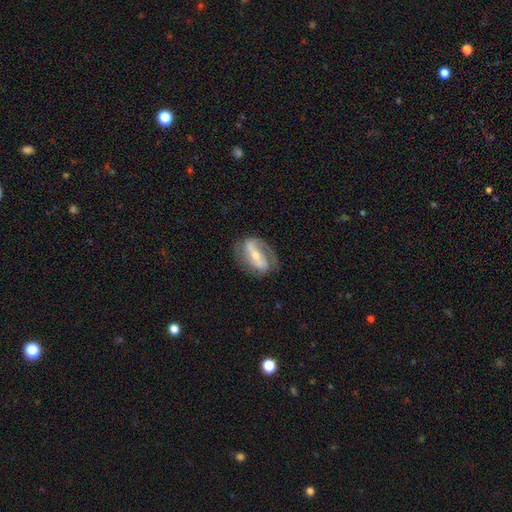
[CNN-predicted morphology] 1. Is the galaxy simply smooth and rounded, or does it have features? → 79% featured or disk, 15% smooth, 5% star or artifact.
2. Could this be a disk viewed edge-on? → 92% no, 8% yes.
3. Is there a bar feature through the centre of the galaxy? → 65% strong, 21% weak, 14% no.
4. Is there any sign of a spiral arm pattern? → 86% yes, 14% no.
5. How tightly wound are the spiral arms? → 42% medium, 32% tight, 26% loose.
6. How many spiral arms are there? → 76% 2, 12% 1, 9% can't tell, 1% 3, 1% 4, 1% more than 4.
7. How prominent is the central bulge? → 53% small, 41% moderate, 3% large, 2% none, 1% dominant.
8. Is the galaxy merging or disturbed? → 69% none, 19% minor disturbance, 11% major disturbance, 2% merger.